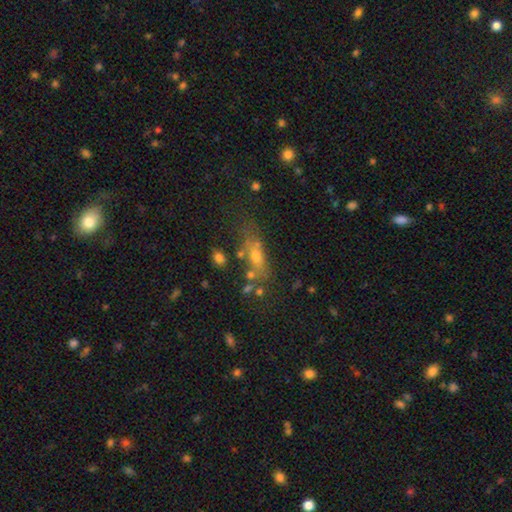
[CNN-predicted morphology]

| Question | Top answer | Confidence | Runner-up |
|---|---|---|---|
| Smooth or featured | smooth | 55% | featured or disk (26%) |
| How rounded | in between | 56% | cigar-shaped (33%) |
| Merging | none | 53% | minor disturbance (20%) |